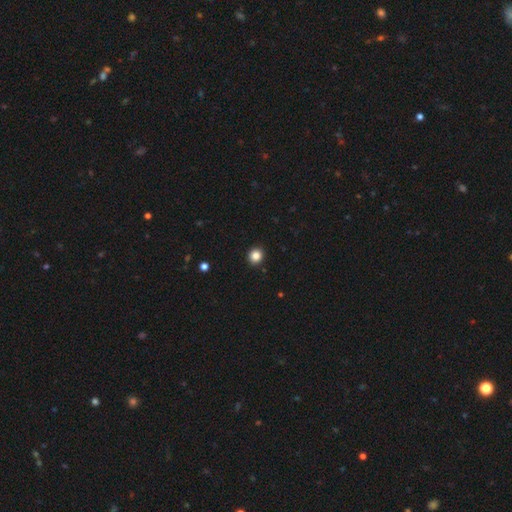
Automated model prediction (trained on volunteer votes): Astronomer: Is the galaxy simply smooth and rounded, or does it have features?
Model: smooth — 85%.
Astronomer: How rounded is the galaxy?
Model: round — 87%.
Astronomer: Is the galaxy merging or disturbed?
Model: none — 93%.